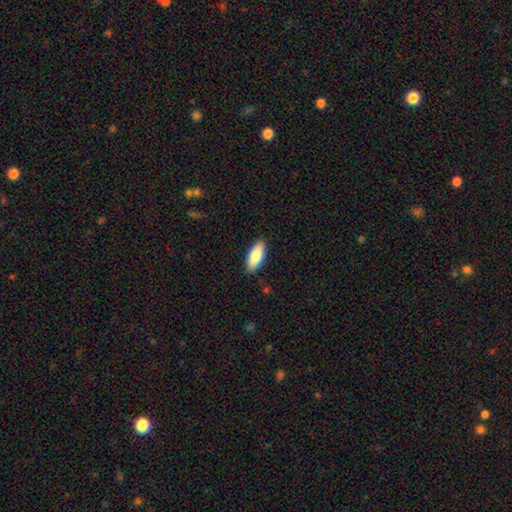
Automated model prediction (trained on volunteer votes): smooth-or-featured: smooth: 80% | featured or disk: 14% | star or artifact: 6%
  how-rounded: in between: 82% | cigar-shaped: 16% | round: 2%
  merging: none: 88% | minor disturbance: 9% | major disturbance: 2% | merger: 1%